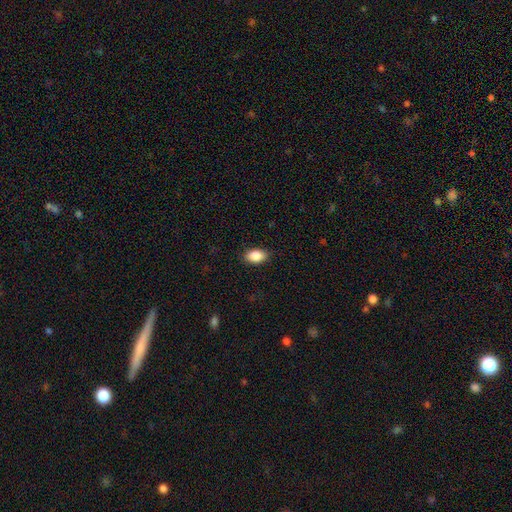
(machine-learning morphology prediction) Smooth or featured?
  - smooth: 87% *
  - star or artifact: 8%
  - featured or disk: 5%
How rounded?
  - in between: 89% *
  - round: 8%
  - cigar-shaped: 2%
Merging?
  - none: 87% *
  - minor disturbance: 10%
  - major disturbance: 2%
  - merger: 1%